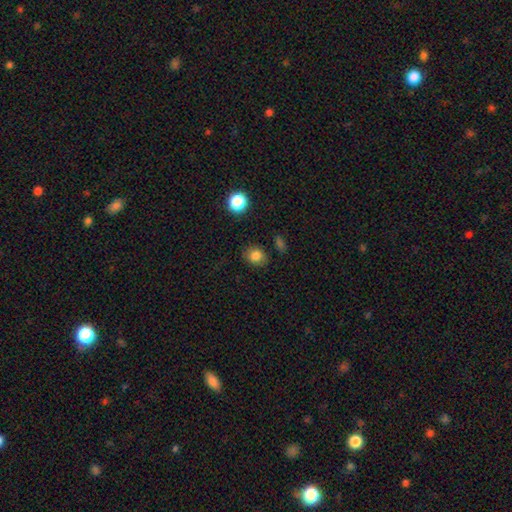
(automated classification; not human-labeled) A smooth galaxy with no disk features (82%) that is round (62%). Merging: none (83%).